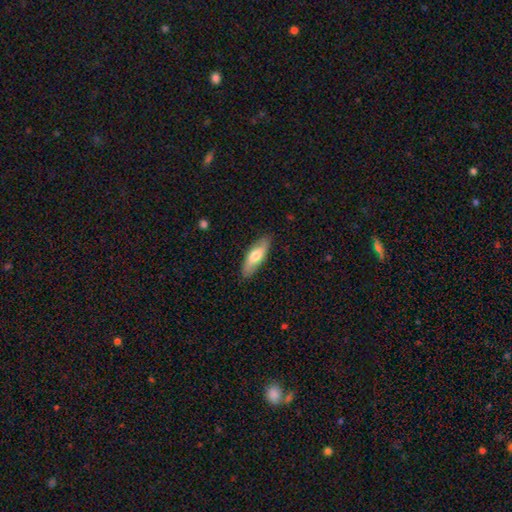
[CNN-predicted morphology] A smooth galaxy with no disk features (64%) that is in between round and cigar-shaped (59%).

Vote fractions:
- Smooth or featured? smooth: 64% / featured or disk: 31% / star or artifact: 5%
- How rounded? in between: 59% / cigar-shaped: 38% / round: 2%
- Merging? none: 86% / minor disturbance: 11% / major disturbance: 2% / merger: 1%